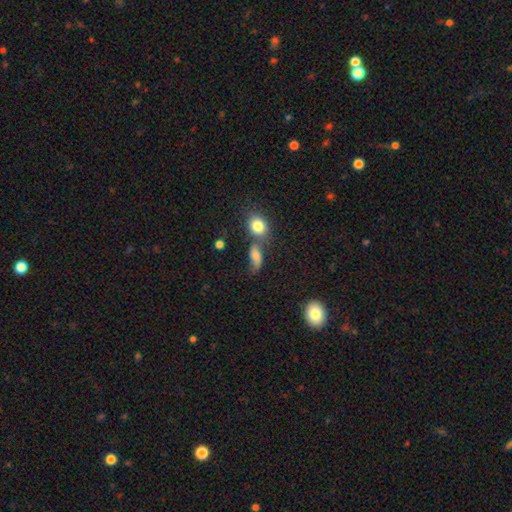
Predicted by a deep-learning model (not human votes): Q: Smooth or featured?
A: smooth (66%); runner-up: featured or disk (21%)
Q: How rounded?
A: in between (71%); runner-up: round (18%)
Q: Merging?
A: none (36%); runner-up: merger (31%)